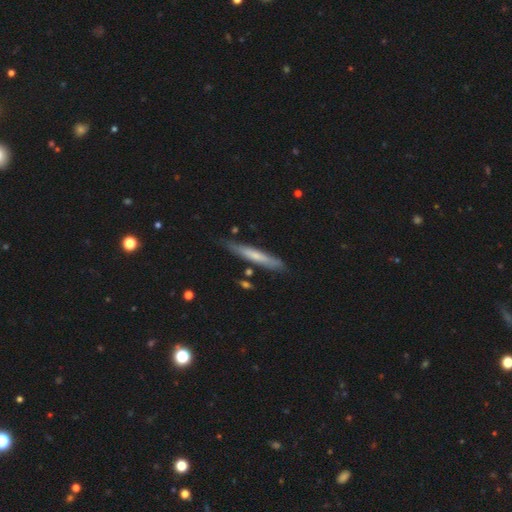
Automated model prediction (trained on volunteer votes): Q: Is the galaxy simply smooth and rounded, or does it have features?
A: smooth — 53%.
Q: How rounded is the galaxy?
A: cigar-shaped — 93%.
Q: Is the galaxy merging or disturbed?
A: none — 78%.